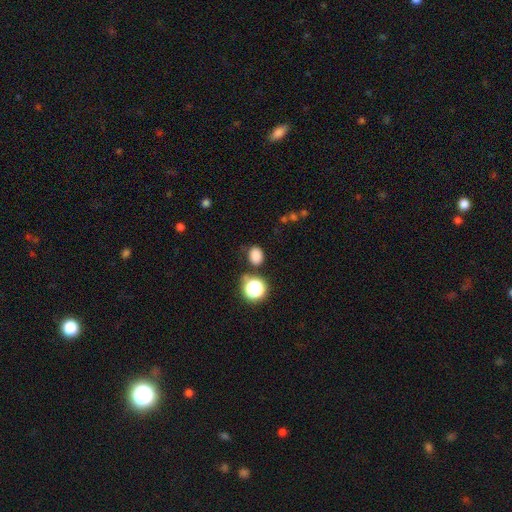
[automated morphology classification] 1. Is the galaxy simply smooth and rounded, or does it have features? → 81% smooth, 15% star or artifact, 5% featured or disk.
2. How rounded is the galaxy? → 54% in between, 45% round, 1% cigar-shaped.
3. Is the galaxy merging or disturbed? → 77% none, 13% minor disturbance, 6% merger, 4% major disturbance.